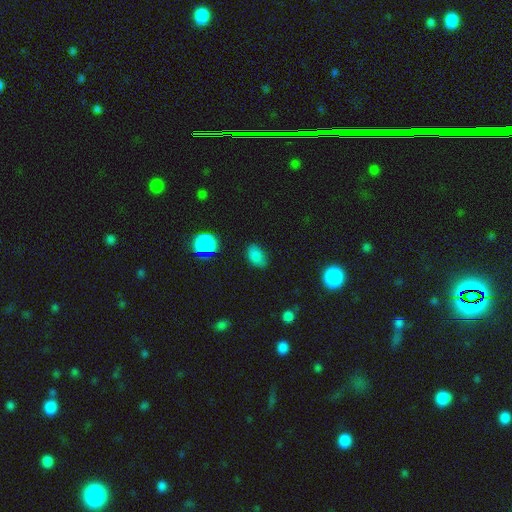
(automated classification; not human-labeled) smooth 81%, star or artifact 14%, featured or disk 5%. Down the decision tree: how rounded — in between (85%); merging — none (79%).